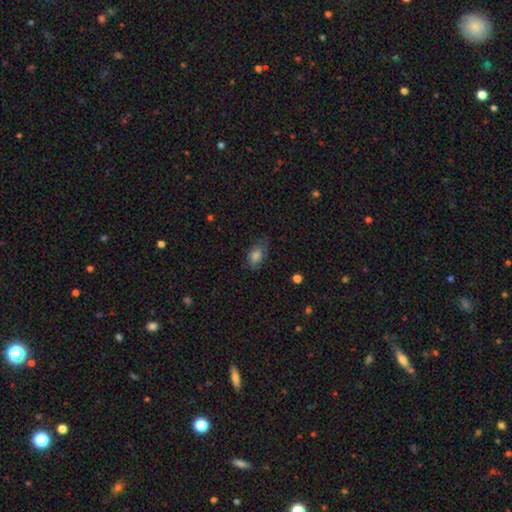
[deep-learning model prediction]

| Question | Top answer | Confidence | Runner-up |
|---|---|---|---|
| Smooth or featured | smooth | 78% | star or artifact (11%) |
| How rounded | in between | 81% | round (16%) |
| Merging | none | 62% | minor disturbance (28%) |